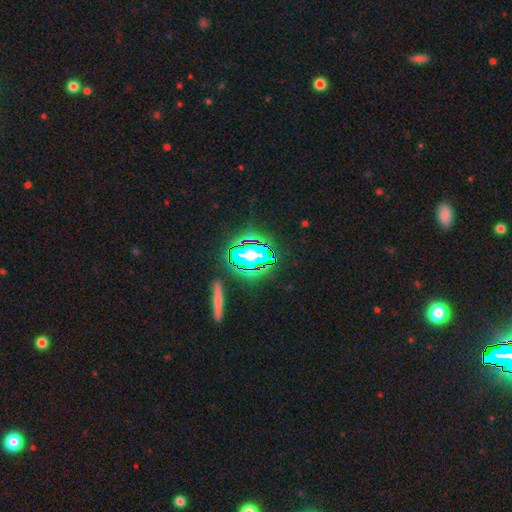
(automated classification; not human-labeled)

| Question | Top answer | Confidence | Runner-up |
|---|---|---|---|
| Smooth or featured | star or artifact | 76% | smooth (15%) |